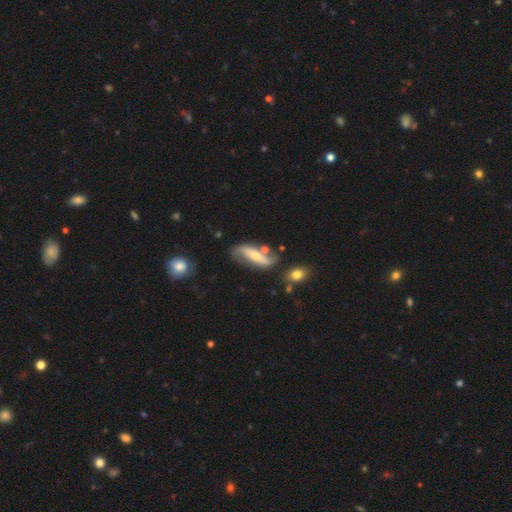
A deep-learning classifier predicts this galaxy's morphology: This is likely a featured or disk galaxy (63%). It is likely not viewed edge-on (77%). Merging: possibly none (57%).